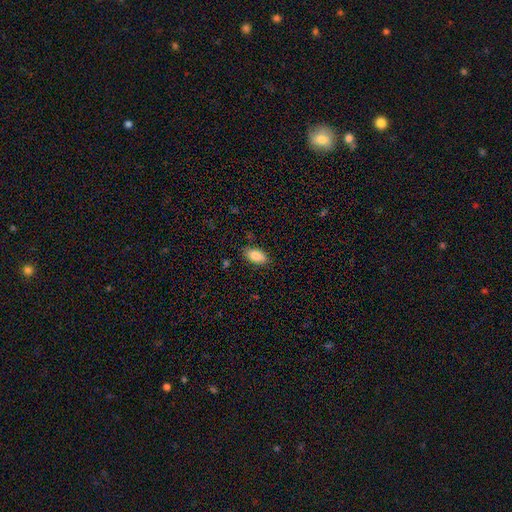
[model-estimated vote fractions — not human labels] A smooth galaxy with no disk features (87%) that is in between round and cigar-shaped (93%). Merging: none (83%).